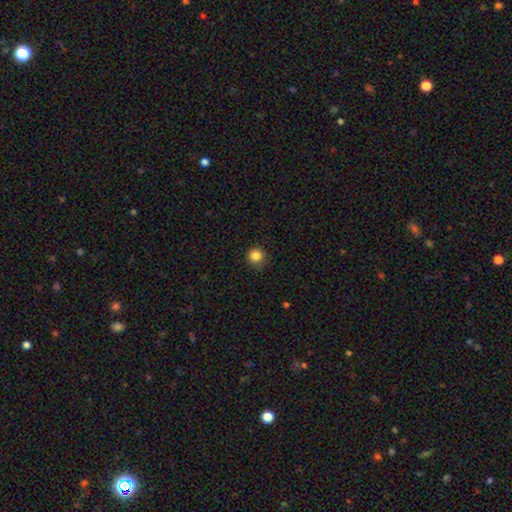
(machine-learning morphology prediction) Smooth or featured? smooth (85%)
How rounded? round (95%)
Merging? none (86%)